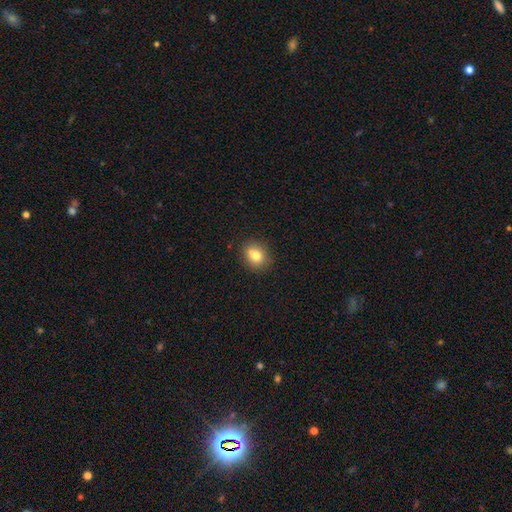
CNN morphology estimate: This appears to be a smooth galaxy with no disk features (74%) that is round (62%). Merging: none (65%).